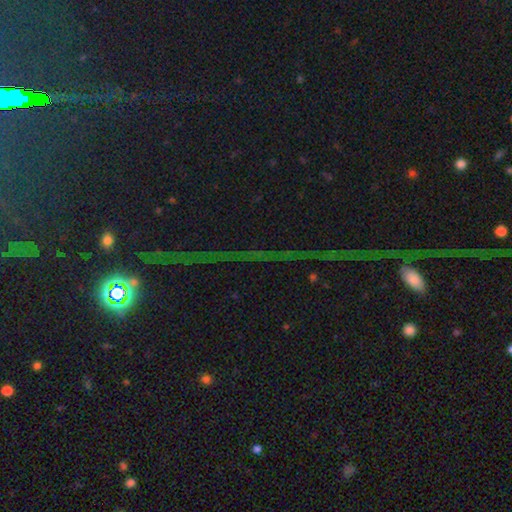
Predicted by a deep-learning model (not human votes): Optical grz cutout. It shows a star or artifact, not a galaxy (78%).